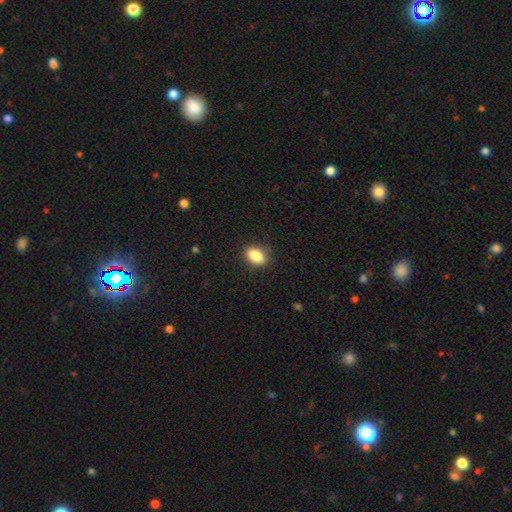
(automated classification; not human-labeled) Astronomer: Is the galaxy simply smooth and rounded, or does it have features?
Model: smooth — 86%.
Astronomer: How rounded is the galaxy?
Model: in between — 82%.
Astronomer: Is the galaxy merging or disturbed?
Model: none — 87%.